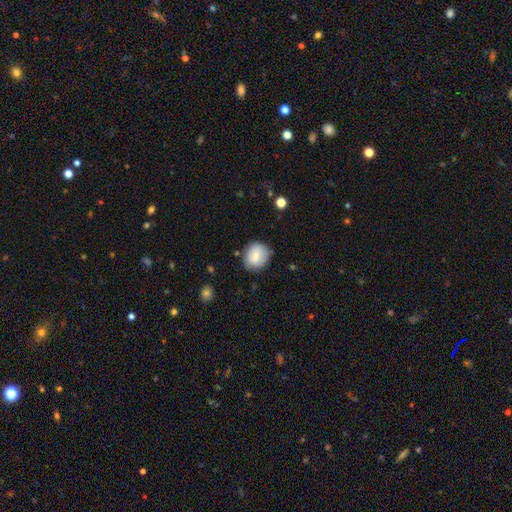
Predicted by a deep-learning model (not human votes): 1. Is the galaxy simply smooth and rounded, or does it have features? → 75% smooth, 18% featured or disk, 8% star or artifact.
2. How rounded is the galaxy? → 74% round, 25% in between, 1% cigar-shaped.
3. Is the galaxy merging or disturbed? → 78% none, 16% minor disturbance, 3% major disturbance, 2% merger.